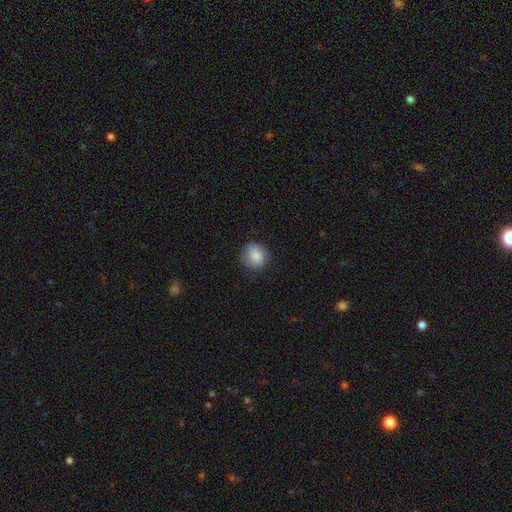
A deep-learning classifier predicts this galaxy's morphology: Overall: smooth (85%). How rounded: round (81%). Merging: none (75%).